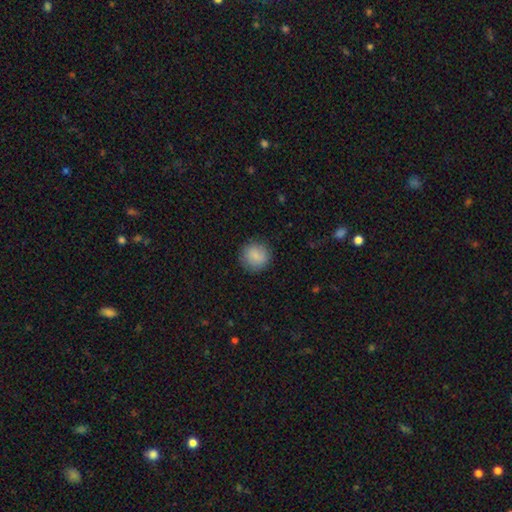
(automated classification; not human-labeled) smooth 87%, star or artifact 7%, featured or disk 6%. Down the decision tree: how rounded — round (91%); merging — none (88%).